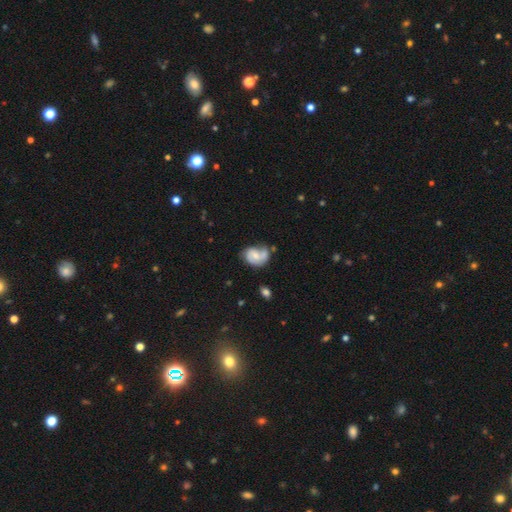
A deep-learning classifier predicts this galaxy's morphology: Smooth or featured: featured or disk — 56% (smooth — 37%)
Edge-on disk: no — 97% (yes — 3%)
Bar: no — 64% (weak — 31%)
Spiral arms: yes — 81% (no — 19%)
Bulge size: small — 46% (moderate — 42%)
Merging: none — 43% (minor disturbance — 29%)